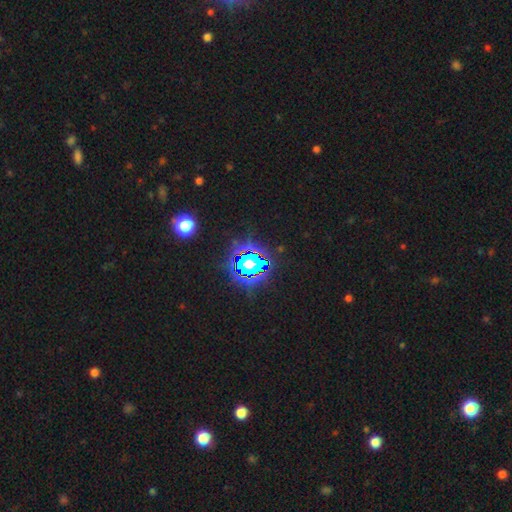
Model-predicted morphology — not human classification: Smooth or featured? star or artifact (79%)